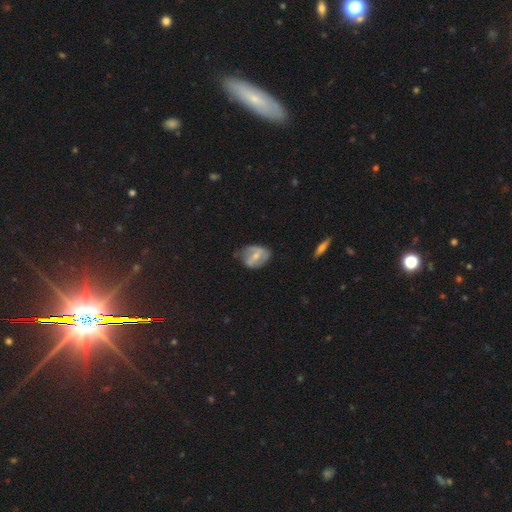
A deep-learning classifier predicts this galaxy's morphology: Smooth or featured: featured or disk — 55% (smooth — 38%)
Edge-on disk: no — 94% (yes — 6%)
Bar: weak — 41% (strong — 34%)
Spiral arms: yes — 57% (no — 43%)
Bulge size: moderate — 49% (small — 46%)
Merging: none — 53% (minor disturbance — 33%)